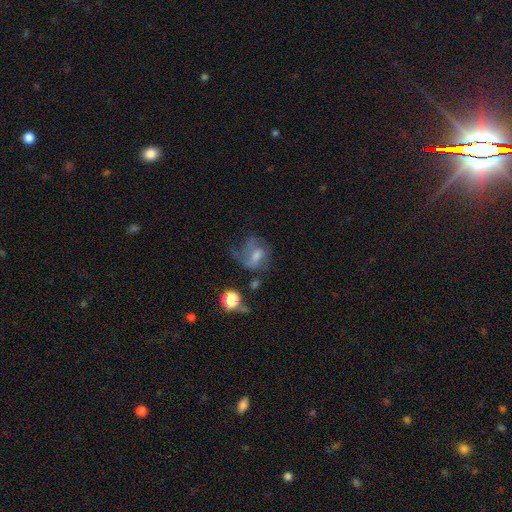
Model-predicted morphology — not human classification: The model was most divided on "merging": major disturbance: 42%, none: 31%, minor disturbance: 21%, merger: 6%. More confident: edge-on disk — no (97%); smooth or featured — featured or disk (51%).